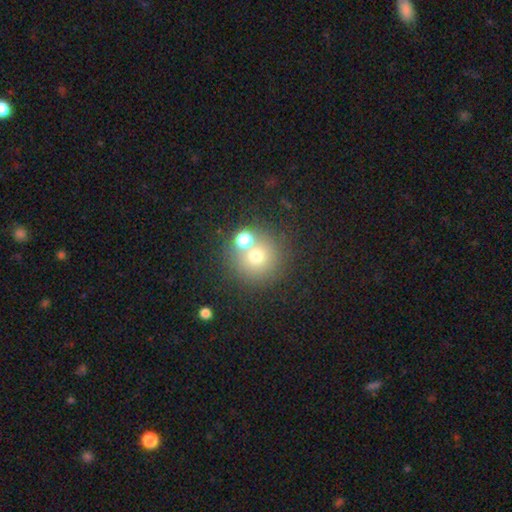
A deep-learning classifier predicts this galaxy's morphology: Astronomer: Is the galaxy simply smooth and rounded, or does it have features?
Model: smooth — 68%.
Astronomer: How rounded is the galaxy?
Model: round — 92%.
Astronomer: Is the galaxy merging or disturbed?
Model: none — 57% (runner-up: merger, 32%).